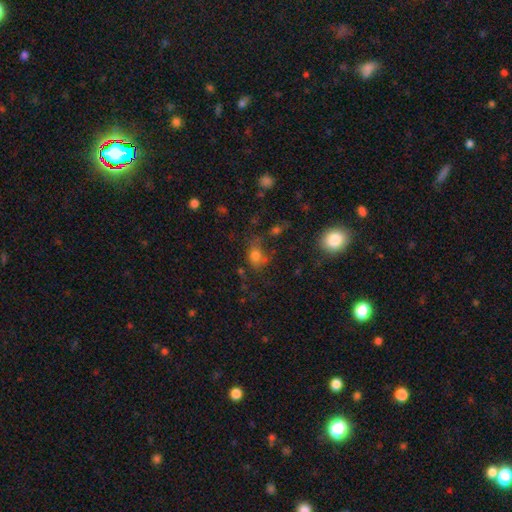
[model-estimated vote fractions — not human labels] Overall: smooth (73%). How rounded: round (52%; in between 47%). Merging: none (50%; minor disturbance 23%).